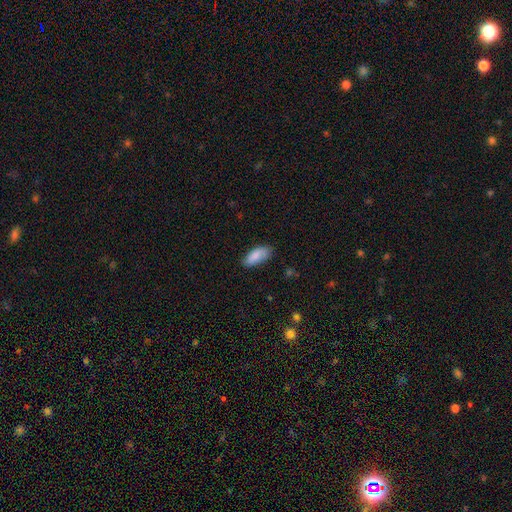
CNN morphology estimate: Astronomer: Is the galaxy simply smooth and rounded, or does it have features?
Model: smooth — 87%.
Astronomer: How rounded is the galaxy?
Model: in between — 84%.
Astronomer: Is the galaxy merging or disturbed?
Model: none — 77%.